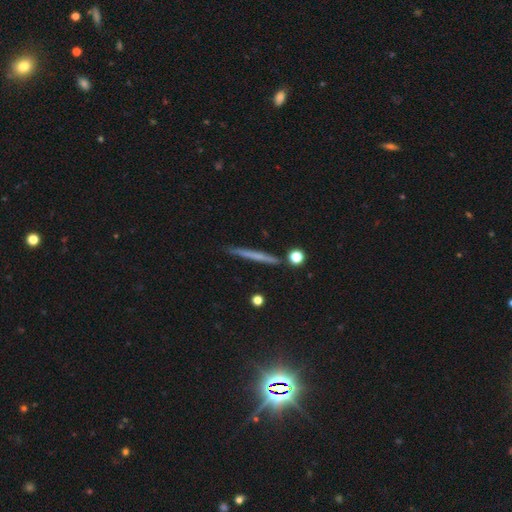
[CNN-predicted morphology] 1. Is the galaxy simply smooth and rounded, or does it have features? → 48% smooth, 43% featured or disk, 9% star or artifact.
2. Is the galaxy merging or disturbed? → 89% none, 7% minor disturbance, 2% merger, 2% major disturbance.